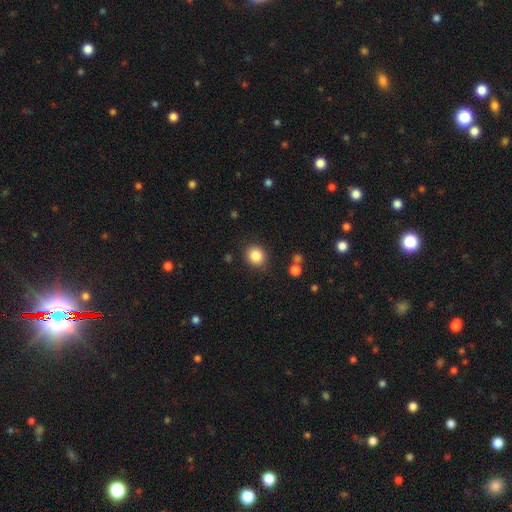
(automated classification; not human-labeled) A smooth galaxy with no disk features (86%) that is round (78%). Merging: none (85%).